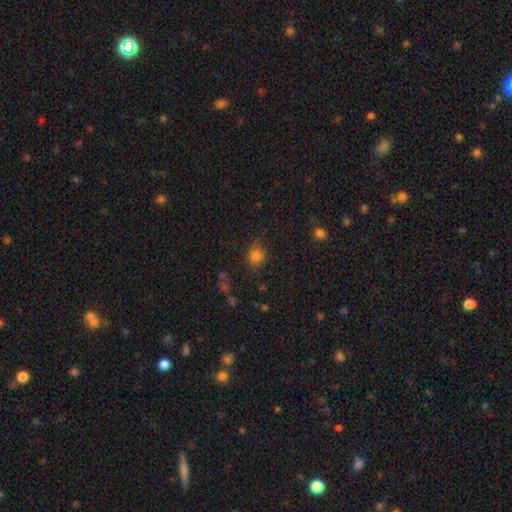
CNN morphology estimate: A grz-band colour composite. It shows a smooth galaxy with no disk features (81%) that is round (75%). Merging: none (79%).